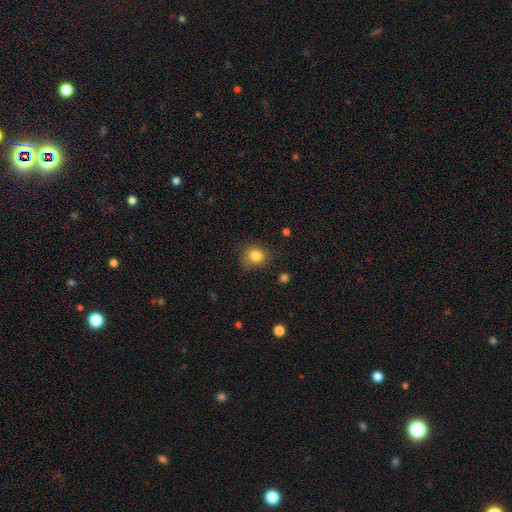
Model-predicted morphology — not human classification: Smooth or featured? Predicted: smooth (p=0.83). How rounded? Predicted: round (p=0.79). Merging? Predicted: none (p=0.73).